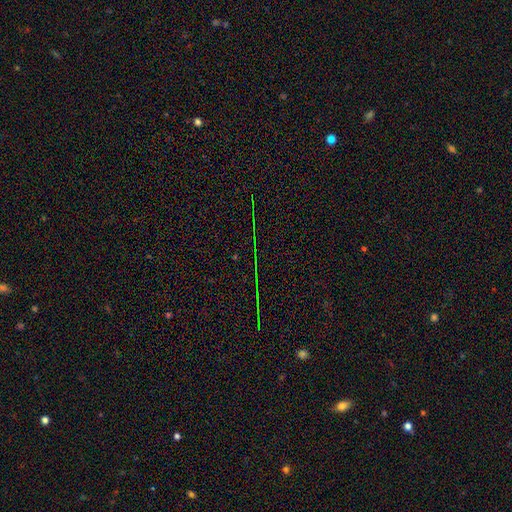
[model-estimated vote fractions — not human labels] Smooth or featured?
  - star or artifact: 79% *
  - smooth: 12%
  - featured or disk: 9%